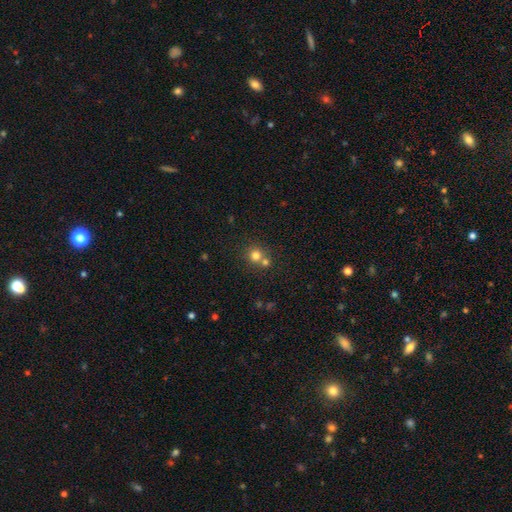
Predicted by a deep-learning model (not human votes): A smooth galaxy with no disk features (77%) that is round (89%). Merging: none (54%).